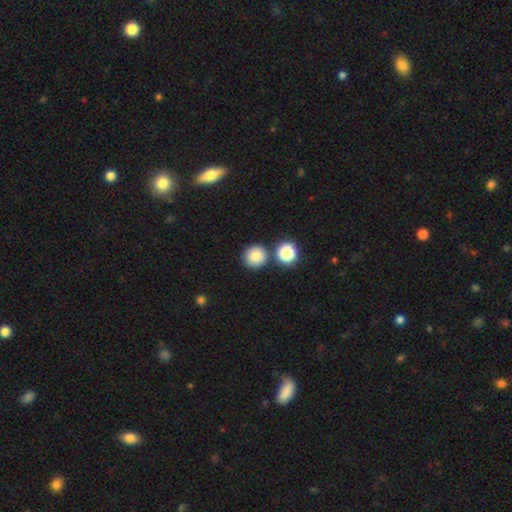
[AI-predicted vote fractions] smooth-or-featured: smooth: 83% | star or artifact: 11% | featured or disk: 6%
  how-rounded: round: 91% | in between: 8% | cigar-shaped: 1%
  merging: none: 79% | merger: 10% | minor disturbance: 8% | major disturbance: 3%